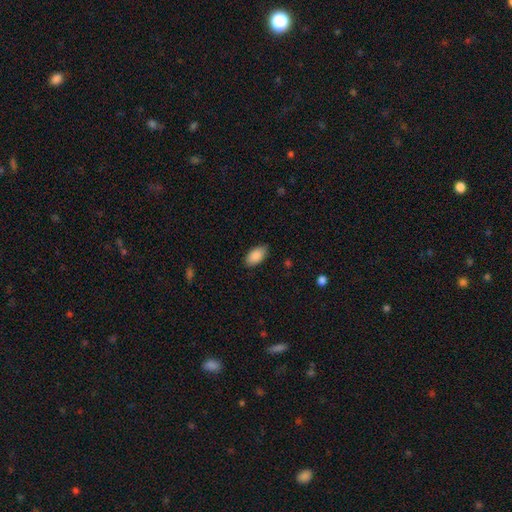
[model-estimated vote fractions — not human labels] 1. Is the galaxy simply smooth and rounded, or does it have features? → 89% smooth, 7% star or artifact, 5% featured or disk.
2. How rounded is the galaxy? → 94% in between, 3% round, 3% cigar-shaped.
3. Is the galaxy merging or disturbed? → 84% none, 13% minor disturbance, 3% major disturbance, 1% merger.